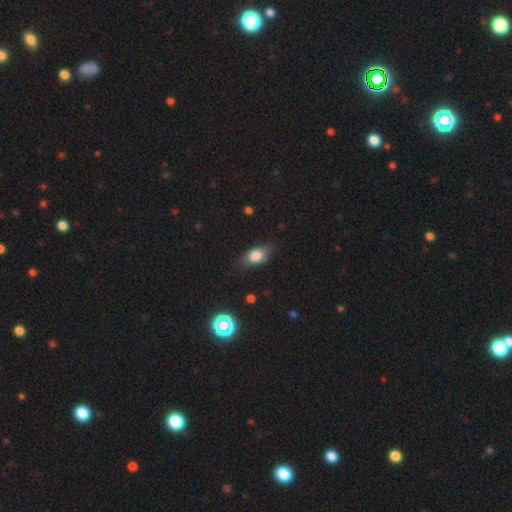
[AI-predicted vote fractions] Morphology: type=smooth (76%); roundness=in between (82%); merging=none (74%).